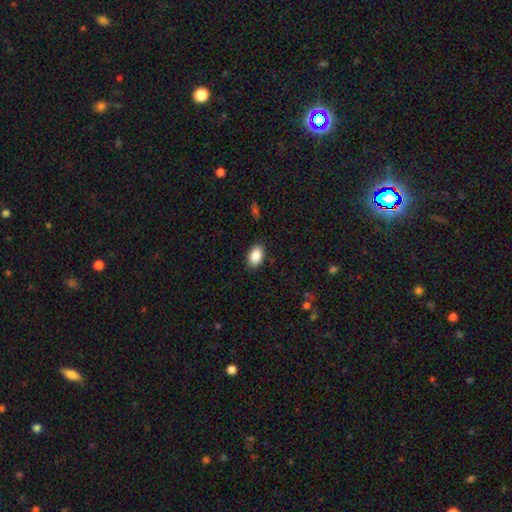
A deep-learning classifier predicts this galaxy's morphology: smooth_or_featured: smooth (p=0.89) [alt: star or artifact p=0.07]
how_rounded: in between (p=0.89) [alt: round p=0.09]
merging: none (p=0.89) [alt: minor disturbance p=0.08]